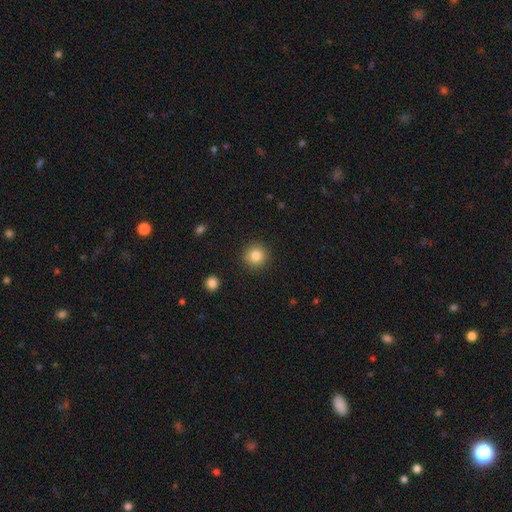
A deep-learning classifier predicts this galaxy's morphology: Smooth or featured? smooth (83%)
How rounded? round (94%)
Merging? none (90%)